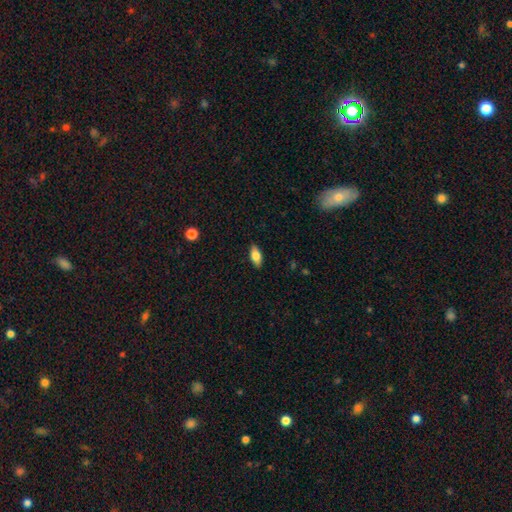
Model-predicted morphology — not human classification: Smooth or featured?
  - smooth: 78% *
  - featured or disk: 14%
  - star or artifact: 7%
How rounded?
  - in between: 87% *
  - cigar-shaped: 10%
  - round: 3%
Merging?
  - none: 88% *
  - minor disturbance: 9%
  - major disturbance: 2%
  - merger: 1%